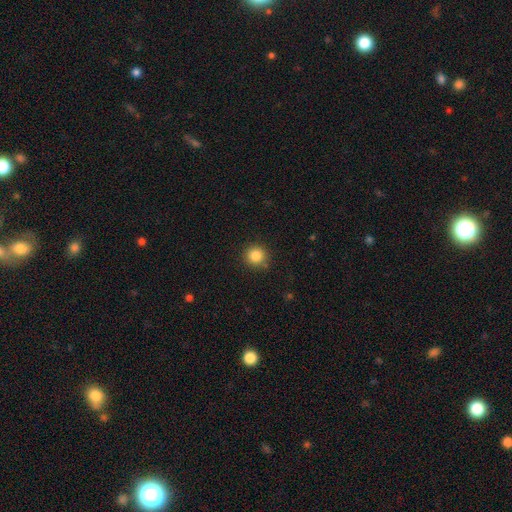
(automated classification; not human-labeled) Smooth or featured: smooth — 85% (star or artifact — 11%)
How rounded: round — 93% (in between — 6%)
Merging: none — 87% (minor disturbance — 9%)